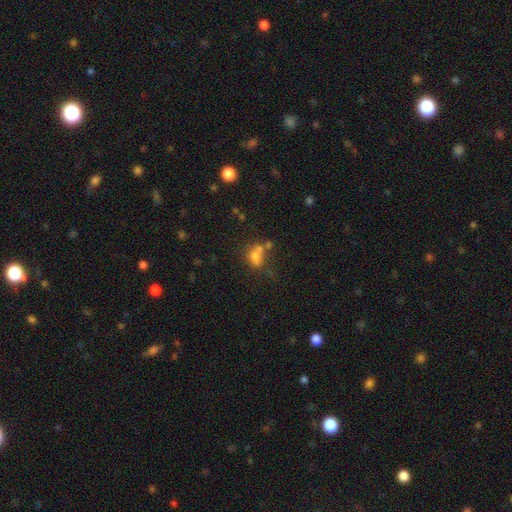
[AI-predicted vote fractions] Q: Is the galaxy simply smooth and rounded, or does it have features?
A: smooth — 63%.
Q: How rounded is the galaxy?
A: in between — 53%.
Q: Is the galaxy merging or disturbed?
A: merger — 43%.